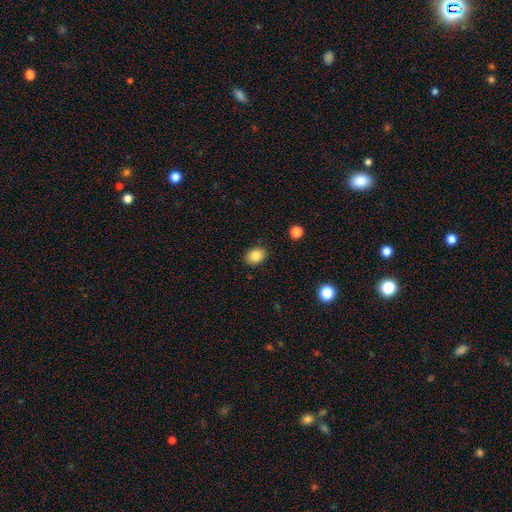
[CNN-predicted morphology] The model was most divided on "how rounded": in between: 66%, round: 33%, cigar-shaped: 1%. More confident: merging — none (87%); smooth or featured — smooth (86%).